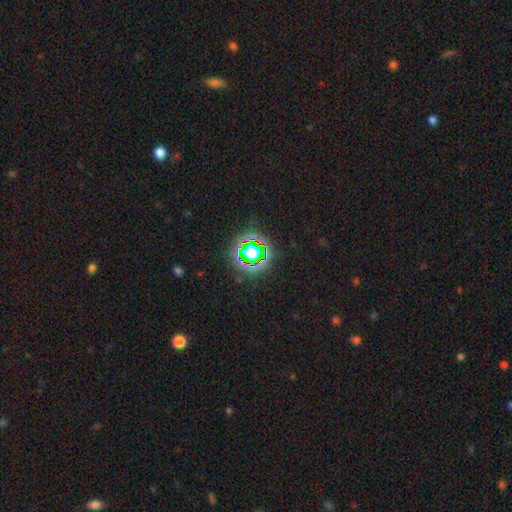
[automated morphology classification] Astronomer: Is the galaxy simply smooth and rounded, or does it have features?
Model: star or artifact — 76%.